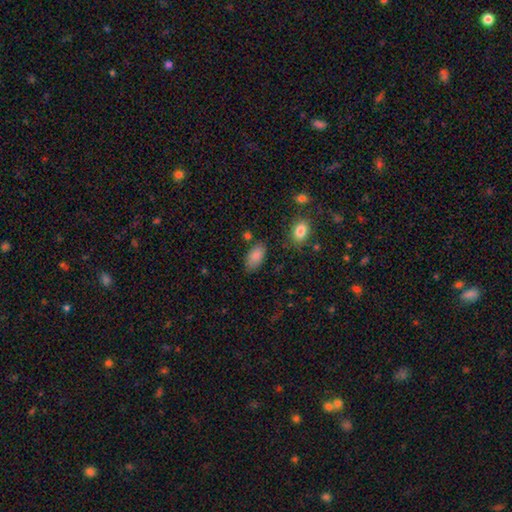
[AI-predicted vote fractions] Smooth or featured?
  - smooth: 85% *
  - star or artifact: 8%
  - featured or disk: 7%
How rounded?
  - in between: 94% *
  - round: 4%
  - cigar-shaped: 3%
Merging?
  - none: 78% *
  - minor disturbance: 14%
  - merger: 4%
  - major disturbance: 4%